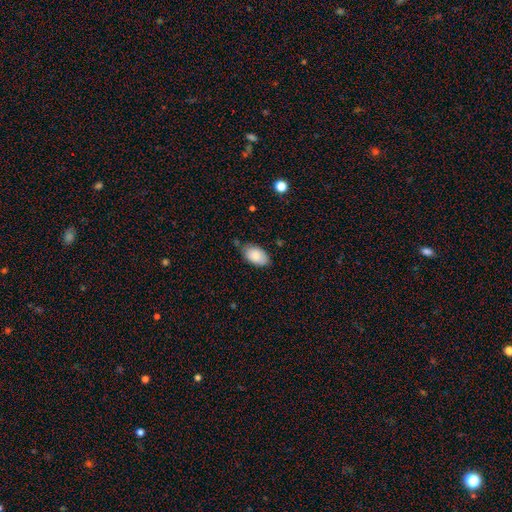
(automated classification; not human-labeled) smooth-or-featured: smooth: 81% | featured or disk: 12% | star or artifact: 7%
  how-rounded: in between: 93% | round: 5% | cigar-shaped: 1%
  merging: none: 70% | minor disturbance: 23% | major disturbance: 4% | merger: 3%